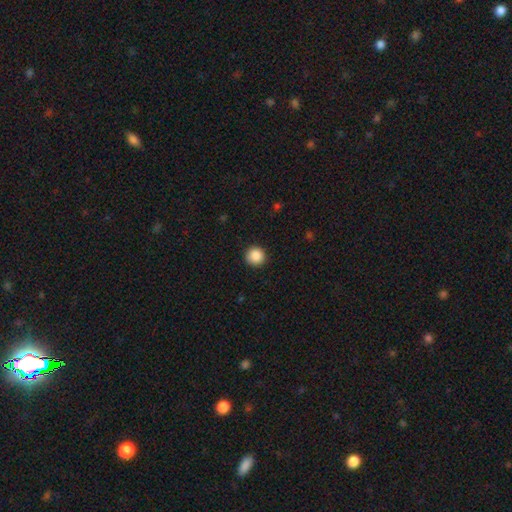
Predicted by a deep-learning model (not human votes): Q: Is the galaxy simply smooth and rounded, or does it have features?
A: smooth — 88%.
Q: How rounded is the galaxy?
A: round — 95%.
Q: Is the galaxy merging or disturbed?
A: none — 92%.